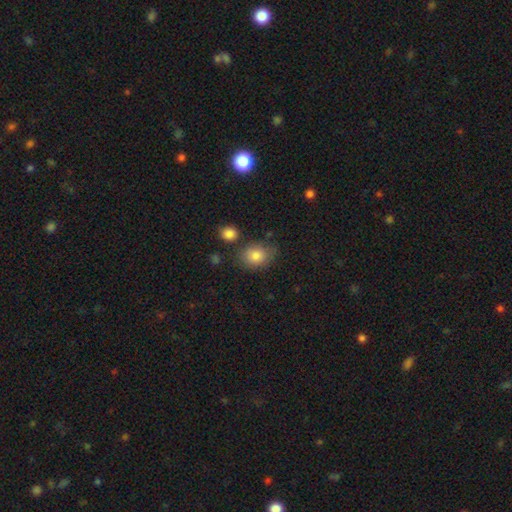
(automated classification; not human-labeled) Smooth or featured?
  - smooth: 82% *
  - star or artifact: 10%
  - featured or disk: 8%
How rounded?
  - round: 54% *
  - in between: 45%
  - cigar-shaped: 1%
Merging?
  - none: 70% *
  - minor disturbance: 18%
  - merger: 7%
  - major disturbance: 5%